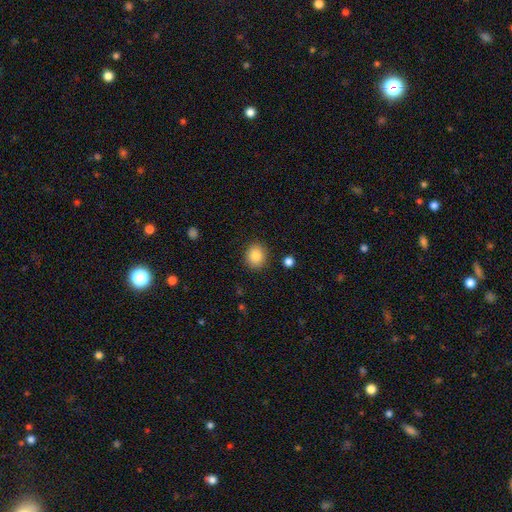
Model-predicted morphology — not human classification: This is clearly a smooth galaxy (85%). How rounded: likely round (80%). Merging: clearly none (89%).